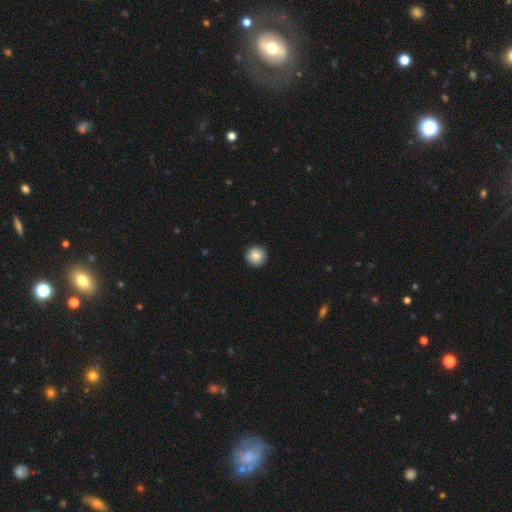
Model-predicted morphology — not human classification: Smooth or featured? smooth (84%)
How rounded? round (94%)
Merging? none (91%)